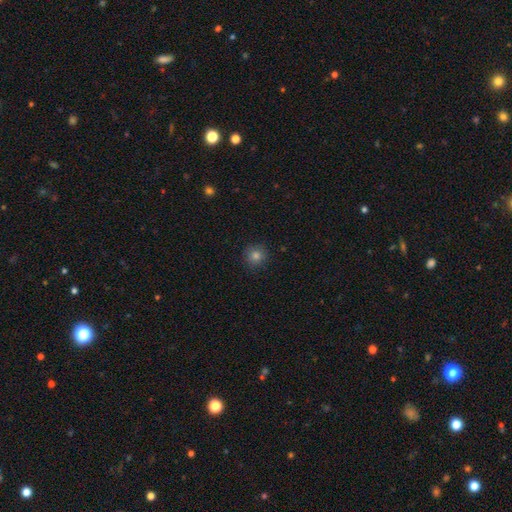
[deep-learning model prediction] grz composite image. It shows a smooth galaxy with no disk features (80%) that is round (94%). Merging: none (90%).